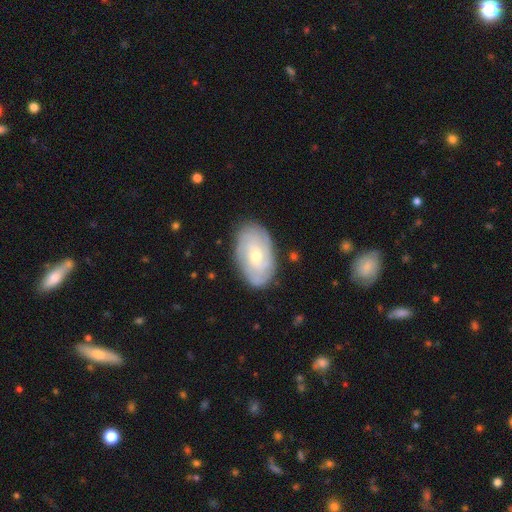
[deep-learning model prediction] Smooth or featured? Predicted: featured or disk (p=0.70). Edge-on disk? Predicted: no (p=0.94). Bar? Predicted: no (p=0.68). Spiral arms? Predicted: yes (p=0.85). Spiral winding? Predicted: tight (p=0.68). Spiral arm count? Predicted: can't tell (p=0.51). Bulge size? Predicted: small (p=0.50). Merging? Predicted: none (p=0.83).